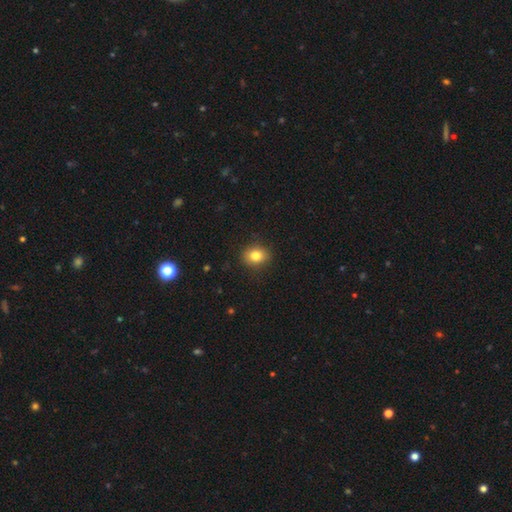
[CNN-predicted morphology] Smooth or featured?
  - smooth: 82% *
  - star or artifact: 10%
  - featured or disk: 8%
How rounded?
  - round: 50% *
  - in between: 49%
  - cigar-shaped: 1%
Merging?
  - none: 88% *
  - minor disturbance: 9%
  - major disturbance: 2%
  - merger: 1%